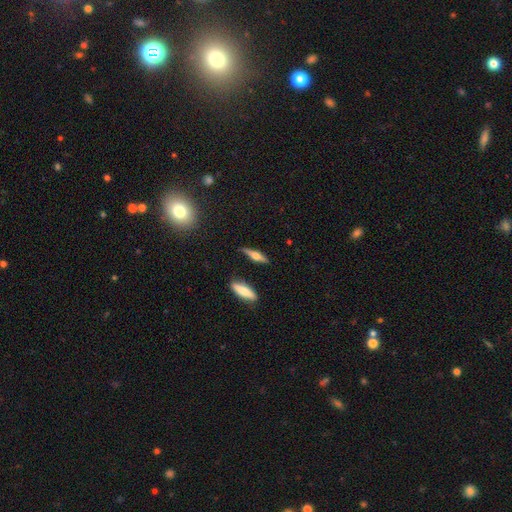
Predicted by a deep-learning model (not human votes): Overall: featured or disk (58%; smooth 35%). Edge-on disk: yes (95%). Edge-on bulge: rounded (89%). Merging: none (83%).